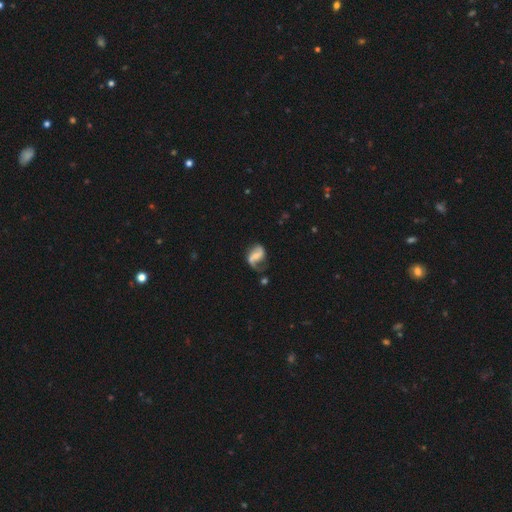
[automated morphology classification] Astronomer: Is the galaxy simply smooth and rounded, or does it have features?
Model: featured or disk — 79%.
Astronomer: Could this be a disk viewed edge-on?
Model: no — 98%.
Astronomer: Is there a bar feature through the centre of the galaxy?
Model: weak — 41% (runner-up: no, 32%).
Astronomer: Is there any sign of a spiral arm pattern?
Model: yes — 94%.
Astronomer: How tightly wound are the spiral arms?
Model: loose — 55% (runner-up: medium, 35%).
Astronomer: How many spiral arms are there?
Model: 2 — 76%.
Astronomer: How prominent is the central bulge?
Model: small — 37% (runner-up: none, 36%).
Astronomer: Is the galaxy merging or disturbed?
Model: none — 53%.